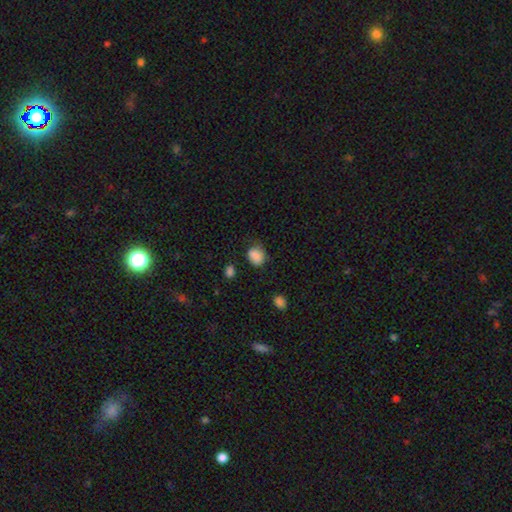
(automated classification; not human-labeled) This is clearly a smooth galaxy (86%). How rounded: possibly round (52%). Merging: likely none (63%).